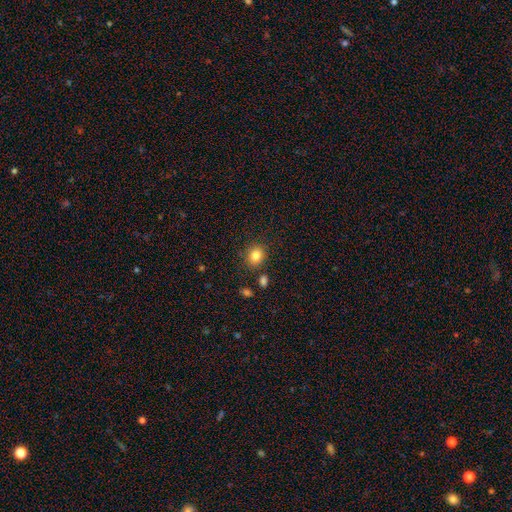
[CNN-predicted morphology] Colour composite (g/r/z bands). It shows a smooth galaxy with no disk features (83%) that is round (72%). Merging: none (84%).